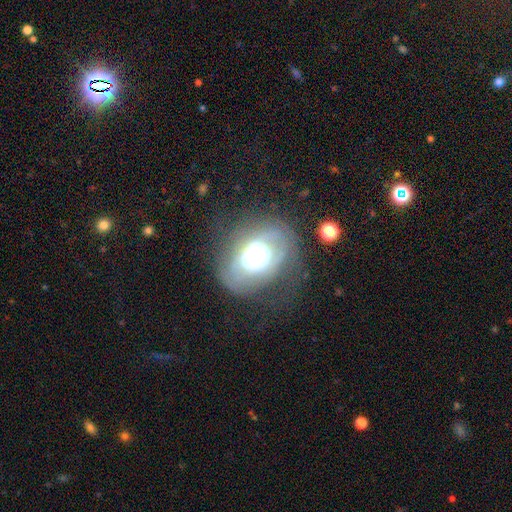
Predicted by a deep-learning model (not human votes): Smooth or featured: featured or disk — 52% (smooth — 36%)
Edge-on disk: no — 94% (yes — 6%)
Merging: none — 47% (major disturbance — 27%)